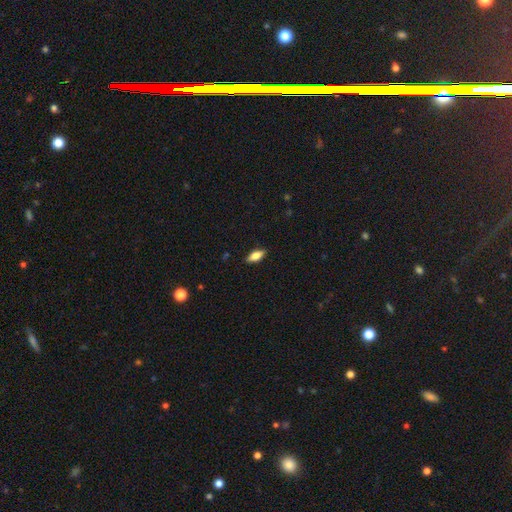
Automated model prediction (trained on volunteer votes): This appears to be a smooth galaxy with no disk features (72%) that is in between round and cigar-shaped (79%). Merging: none (88%).